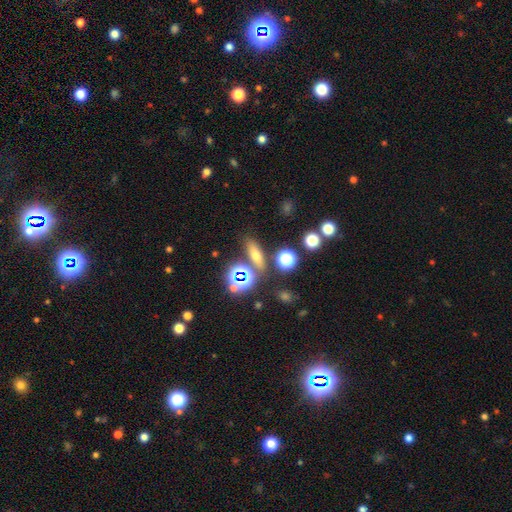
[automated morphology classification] This appears to be a smooth galaxy with no disk features (52%) that is in between round and cigar-shaped (45%). Merging: none (74%).